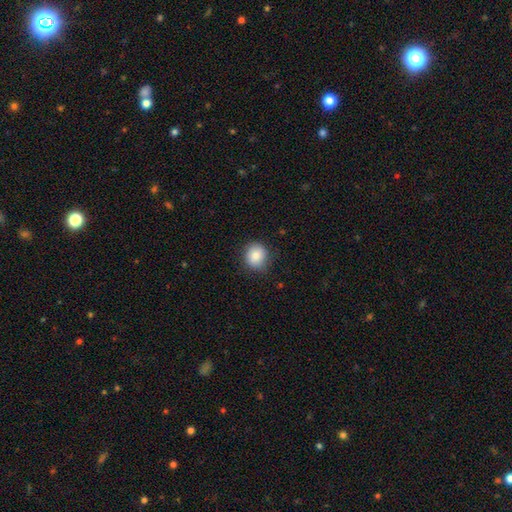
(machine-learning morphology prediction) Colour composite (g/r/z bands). It shows a smooth galaxy with no disk features (84%) that is round (80%). Merging: none (83%).